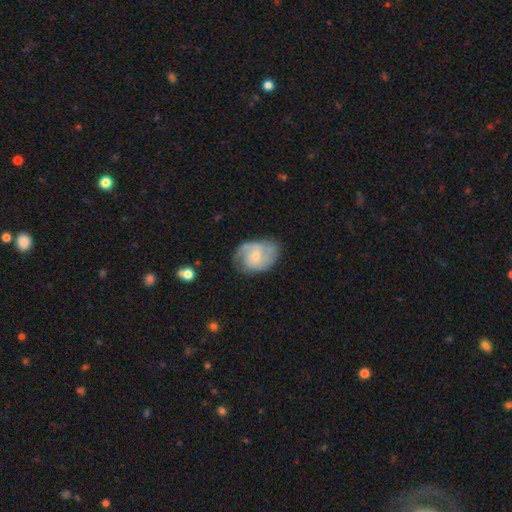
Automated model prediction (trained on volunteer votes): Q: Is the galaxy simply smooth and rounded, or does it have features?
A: featured or disk — 68%.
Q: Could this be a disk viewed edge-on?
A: no — 97%.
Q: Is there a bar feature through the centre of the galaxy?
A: no — 58%.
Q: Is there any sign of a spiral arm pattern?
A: yes — 89%.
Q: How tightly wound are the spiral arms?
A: medium — 47%.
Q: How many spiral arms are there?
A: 2 — 62%.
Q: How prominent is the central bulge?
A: small — 62%.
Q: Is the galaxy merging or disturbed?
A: none — 63%.